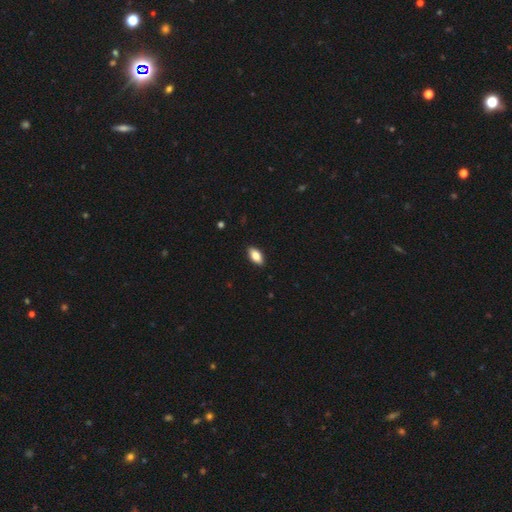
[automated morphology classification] smooth_or_featured: smooth (p=0.83) [alt: featured or disk p=0.10]
how_rounded: in between (p=0.91) [alt: cigar-shaped p=0.06]
merging: none (p=0.89) [alt: minor disturbance p=0.08]